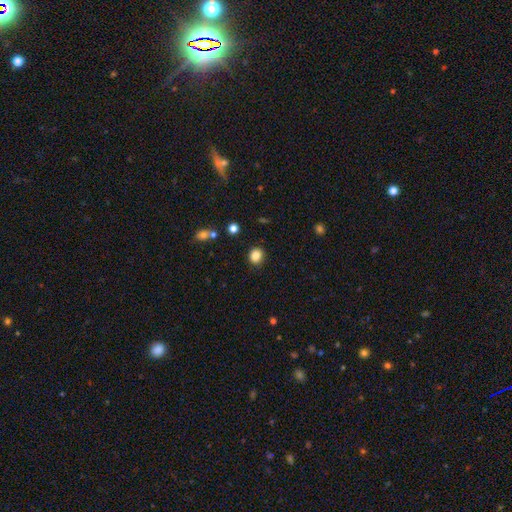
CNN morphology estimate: A smooth galaxy with no disk features (85%) that is round (74%). Merging: none (89%).